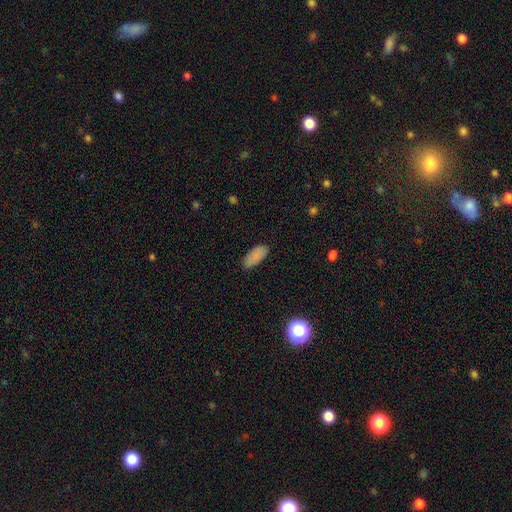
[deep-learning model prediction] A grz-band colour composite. It shows a smooth galaxy with no disk features (87%) that is in between round and cigar-shaped (87%). Merging: none (83%).